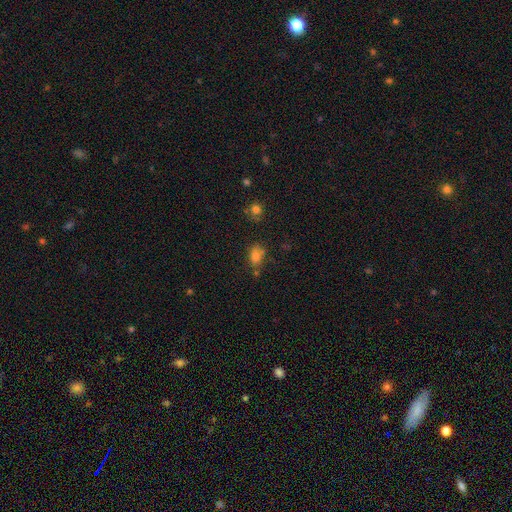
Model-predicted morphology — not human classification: A smooth galaxy with no disk features (78%) that is in between round and cigar-shaped (77%).

Vote fractions:
- Smooth or featured? smooth: 78% / star or artifact: 14% / featured or disk: 8%
- How rounded? in between: 77% / round: 20% / cigar-shaped: 2%
- Merging? none: 57% / minor disturbance: 22% / merger: 13% / major disturbance: 8%